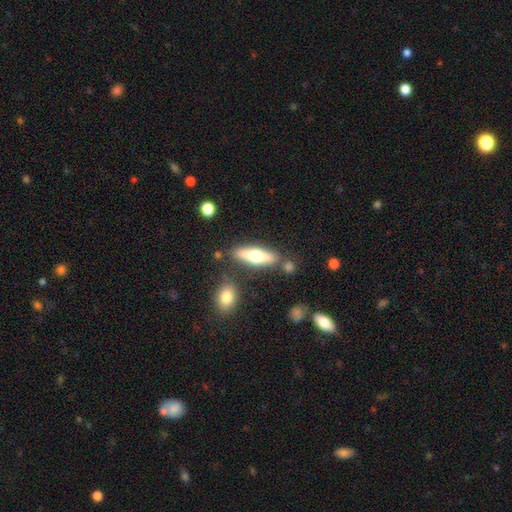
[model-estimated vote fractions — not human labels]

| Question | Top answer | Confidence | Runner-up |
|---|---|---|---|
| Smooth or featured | smooth | 47% | featured or disk (46%) |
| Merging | none | 76% | minor disturbance (12%) |